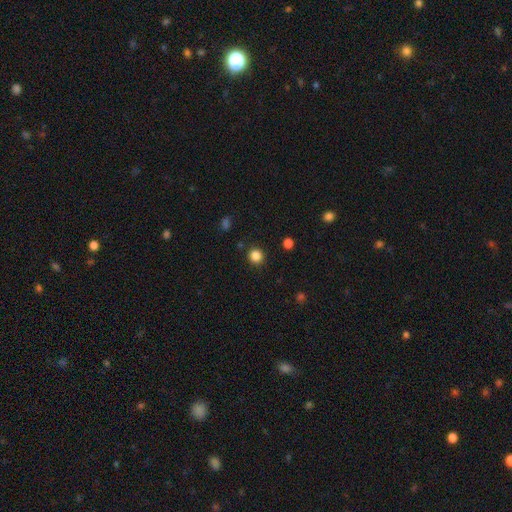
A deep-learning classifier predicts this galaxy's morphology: This is clearly a smooth galaxy (85%). How rounded: clearly round (90%). Merging: clearly none (89%).